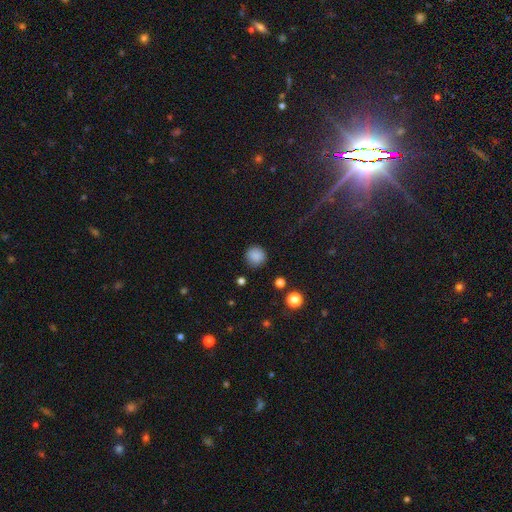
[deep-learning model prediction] This is clearly a smooth galaxy (85%). How rounded: clearly round (90%). Merging: clearly none (85%).